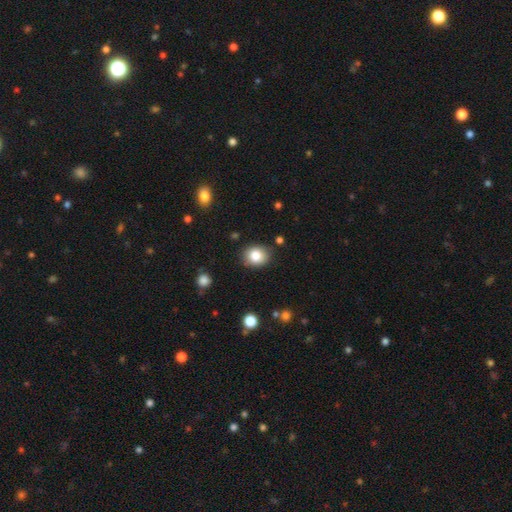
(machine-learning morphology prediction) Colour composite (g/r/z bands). It shows a smooth galaxy with no disk features (84%) that is round (59%). Merging: none (84%).